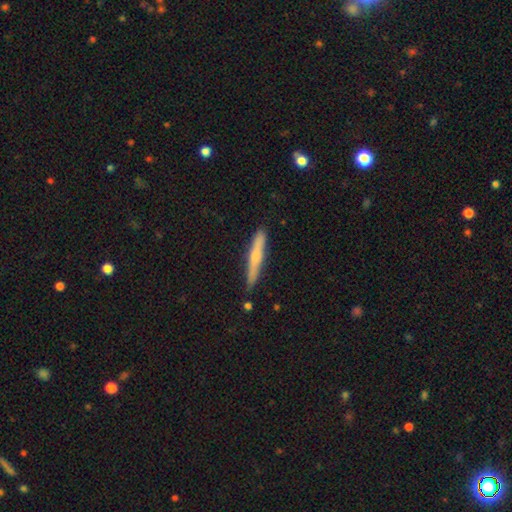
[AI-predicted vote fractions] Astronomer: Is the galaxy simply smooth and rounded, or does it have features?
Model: smooth — 52% (runner-up: featured or disk, 42%).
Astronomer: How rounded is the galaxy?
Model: cigar-shaped — 95%.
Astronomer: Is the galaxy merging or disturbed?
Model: none — 85%.